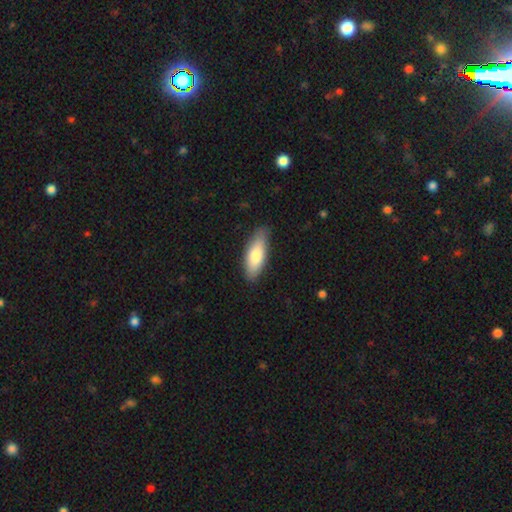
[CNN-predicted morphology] A smooth galaxy with no disk features (77%) that is in between round and cigar-shaped (66%).

Vote fractions:
- Smooth or featured? smooth: 77% / featured or disk: 18% / star or artifact: 5%
- How rounded? in between: 66% / cigar-shaped: 32% / round: 2%
- Merging? none: 83% / minor disturbance: 14% / major disturbance: 2% / merger: 1%